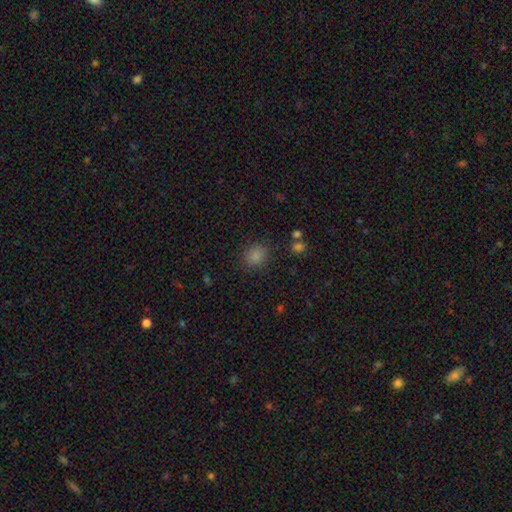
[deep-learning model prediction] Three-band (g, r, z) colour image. It shows a smooth galaxy with no disk features (83%) that is round (65%). Merging: none (85%).